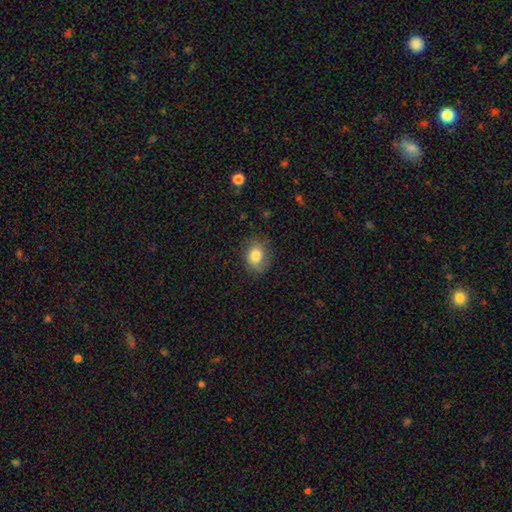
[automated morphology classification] Smooth or featured? smooth (82%)
How rounded? round (51%)
Merging? none (81%)